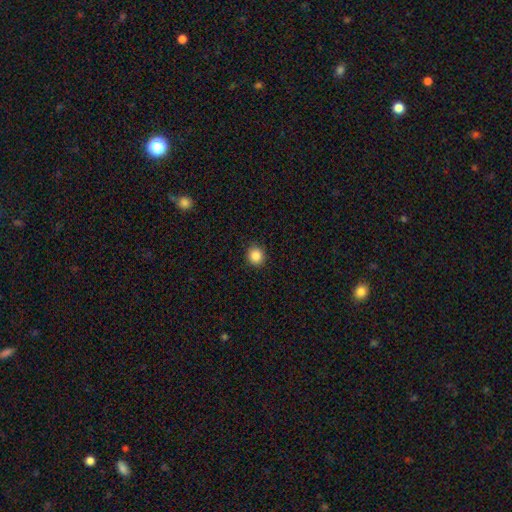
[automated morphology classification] A smooth galaxy with no disk features (87%) that is round (86%).

Vote fractions:
- Smooth or featured? smooth: 87% / star or artifact: 10% / featured or disk: 3%
- How rounded? round: 86% / in between: 13% / cigar-shaped: 1%
- Merging? none: 90% / minor disturbance: 8% / major disturbance: 2% / merger: 1%